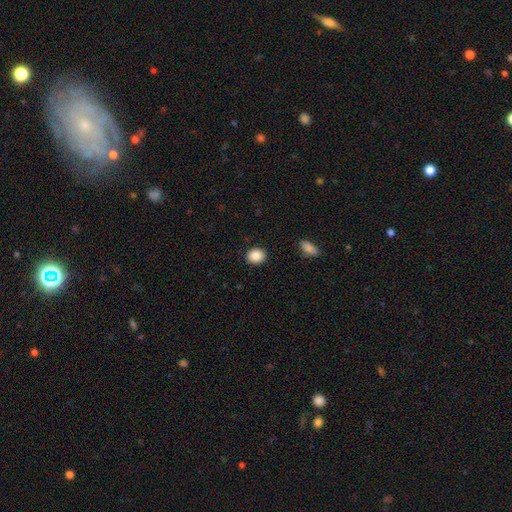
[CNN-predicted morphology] Smooth or featured? Predicted: smooth (p=0.88). How rounded? Predicted: round (p=0.55). Merging? Predicted: none (p=0.90).